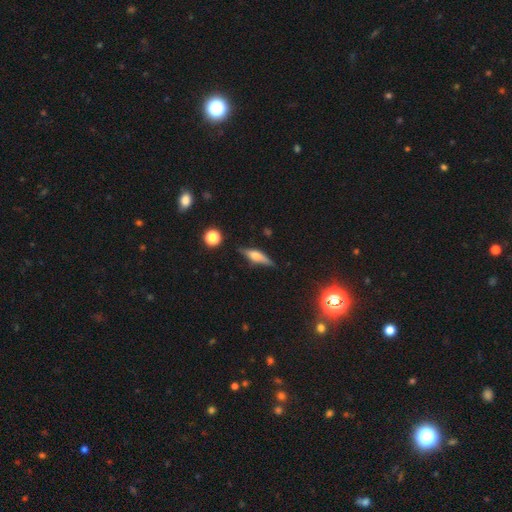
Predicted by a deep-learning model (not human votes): Smooth or featured? featured or disk (56%)
Edge-on disk? yes (94%)
Edge-on bulge? rounded (80%)
Merging? none (81%)